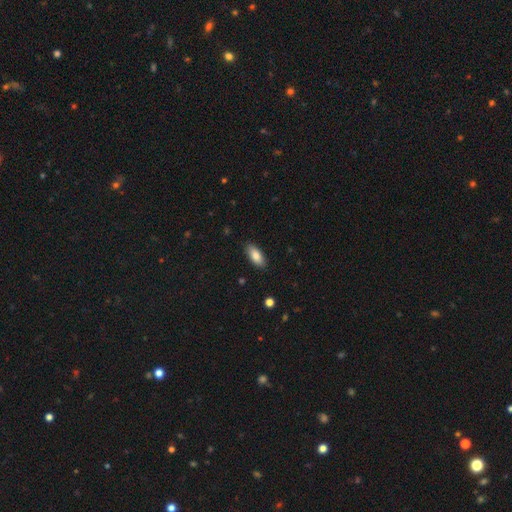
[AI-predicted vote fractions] Morphology: type=smooth (83%); roundness=in between (84%); merging=none (87%).